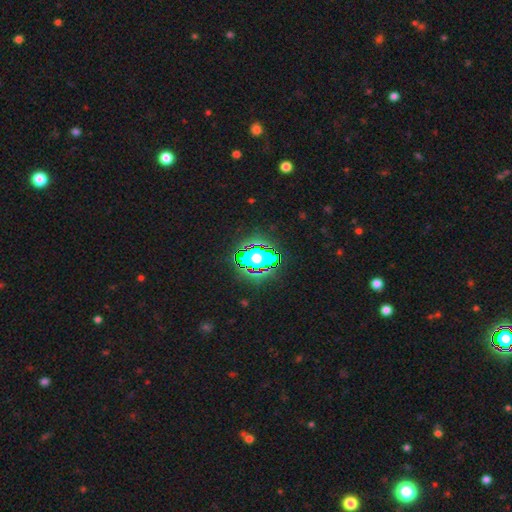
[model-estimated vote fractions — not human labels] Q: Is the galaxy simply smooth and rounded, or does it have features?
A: star or artifact — 68%.